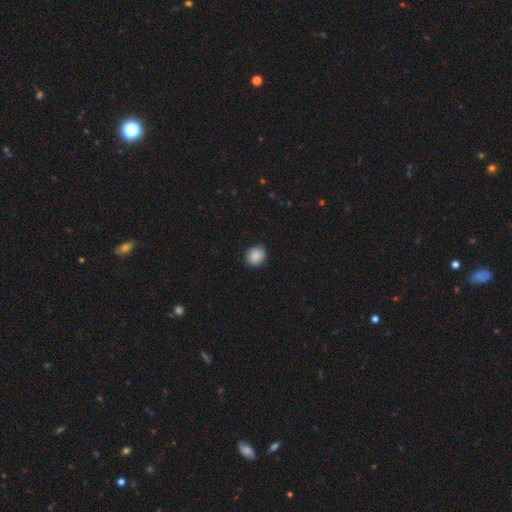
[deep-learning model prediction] Smooth or featured? smooth (85%)
How rounded? round (79%)
Merging? none (86%)